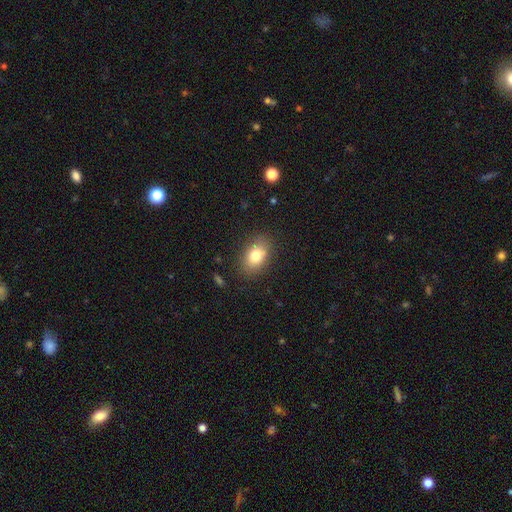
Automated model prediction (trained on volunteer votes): Q: Smooth or featured?
A: smooth (78%); runner-up: featured or disk (13%)
Q: How rounded?
A: in between (81%); runner-up: round (18%)
Q: Merging?
A: none (83%); runner-up: minor disturbance (12%)